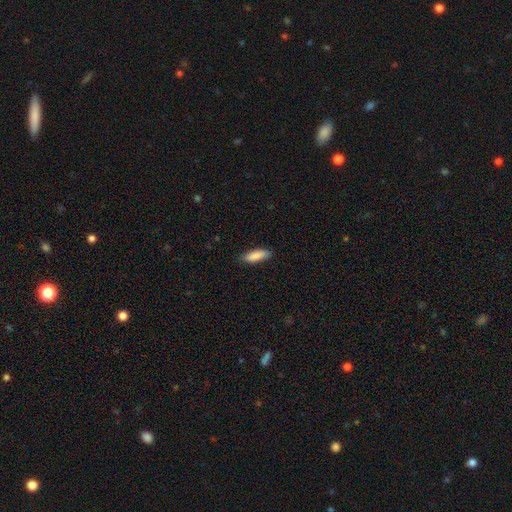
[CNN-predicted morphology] This appears to be a smooth galaxy with no disk features (88%) that is in between round and cigar-shaped (54%). Merging: none (84%).